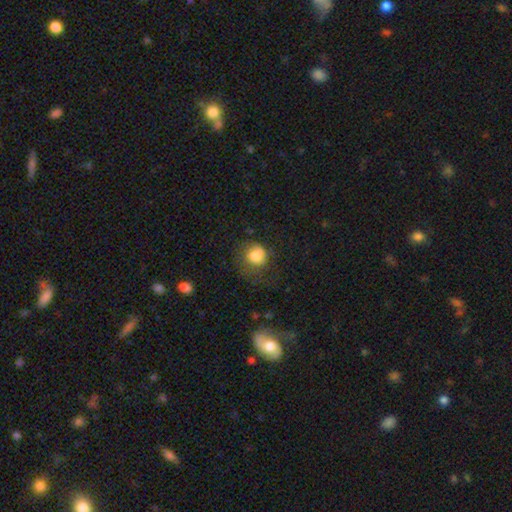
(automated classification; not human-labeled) smooth-or-featured: smooth: 73% | featured or disk: 17% | star or artifact: 10%
  how-rounded: round: 76% | in between: 23% | cigar-shaped: 1%
  merging: none: 44% | major disturbance: 26% | minor disturbance: 25% | merger: 4%